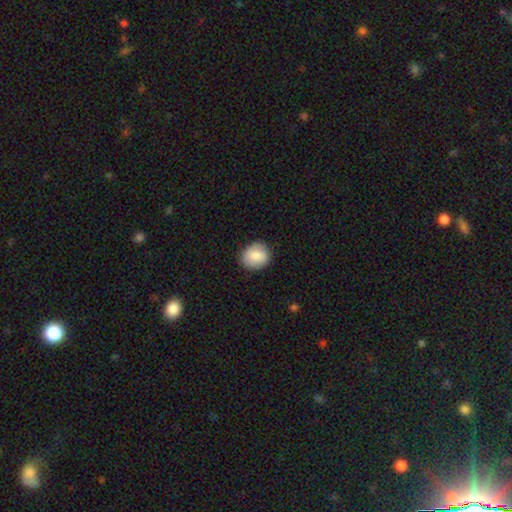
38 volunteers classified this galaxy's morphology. A smooth galaxy with no disk features (97%) that is round (81%).

Vote fractions:
- Smooth or featured? smooth: 97% / featured or disk: 3% / star or artifact: 0%
- How rounded? round: 81% / in between: 19% / cigar-shaped: 0%
- Merging? none: 84% / minor disturbance: 13% / major disturbance: 3% / merger: 0%